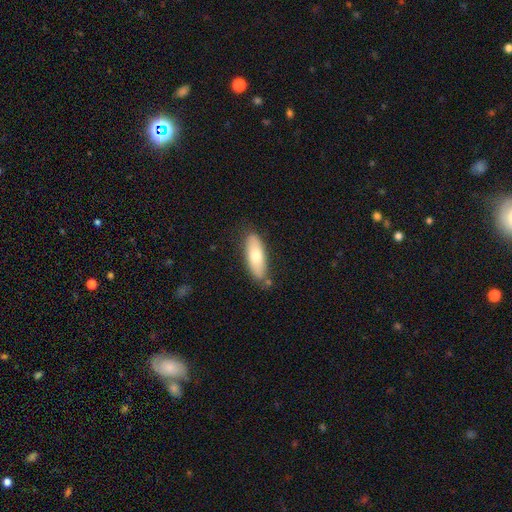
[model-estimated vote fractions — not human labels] Overall: smooth (72%). How rounded: in between (63%; cigar-shaped 35%). Merging: none (78%).